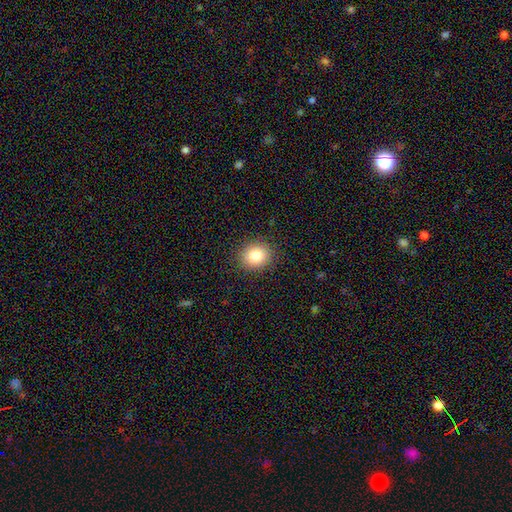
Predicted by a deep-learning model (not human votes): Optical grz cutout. It shows a smooth galaxy with no disk features (82%) that is round (73%). Merging: none (90%).